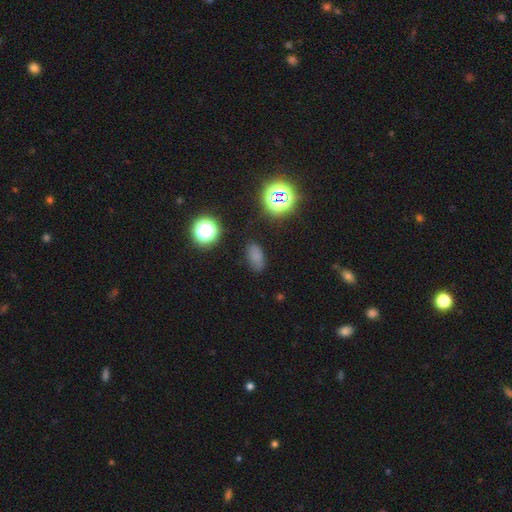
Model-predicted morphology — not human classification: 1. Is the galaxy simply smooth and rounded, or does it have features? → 72% smooth, 21% star or artifact, 7% featured or disk.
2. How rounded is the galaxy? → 87% in between, 8% round, 4% cigar-shaped.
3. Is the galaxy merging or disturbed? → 80% none, 14% minor disturbance, 4% major disturbance, 2% merger.